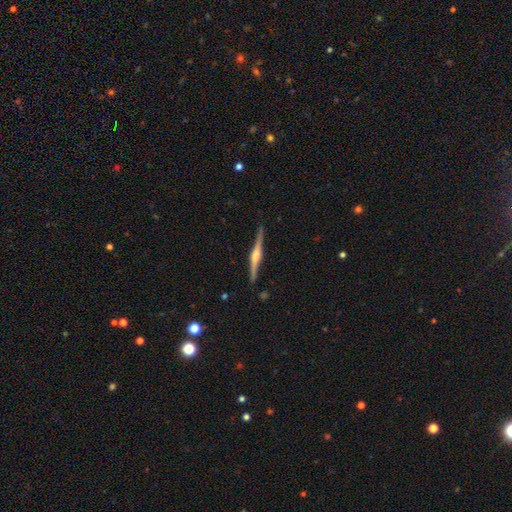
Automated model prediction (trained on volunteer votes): The model was most divided on "smooth or featured": featured or disk: 80%, smooth: 14%, star or artifact: 5%. More confident: edge-on disk — yes (98%); merging — none (90%); edge-on bulge — rounded (81%).